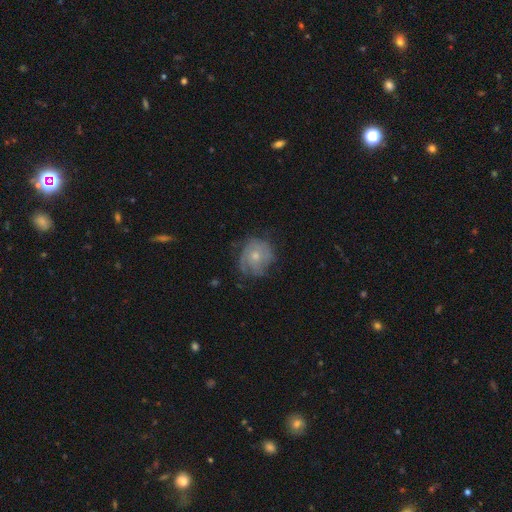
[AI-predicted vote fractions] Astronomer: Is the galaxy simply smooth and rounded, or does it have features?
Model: featured or disk — 60%.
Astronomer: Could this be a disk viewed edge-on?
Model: no — 97%.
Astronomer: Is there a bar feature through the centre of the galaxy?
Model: no — 84%.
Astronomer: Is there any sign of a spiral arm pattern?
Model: yes — 79%.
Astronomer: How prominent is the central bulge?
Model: small — 49% (runner-up: moderate, 47%).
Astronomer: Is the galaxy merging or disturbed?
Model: none — 63%.